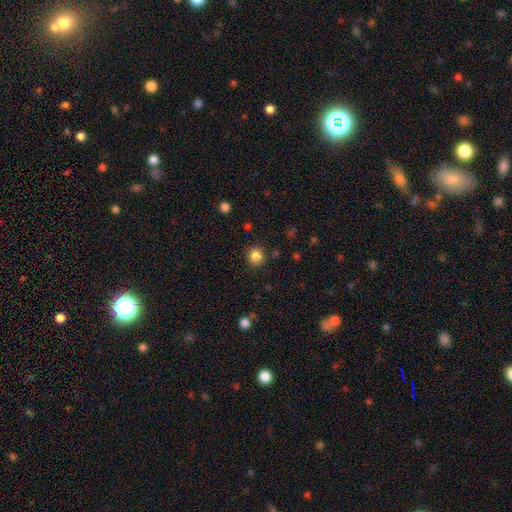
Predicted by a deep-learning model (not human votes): smooth-or-featured: smooth: 85% | star or artifact: 11% | featured or disk: 4%
  how-rounded: round: 85% | in between: 14% | cigar-shaped: 1%
  merging: none: 86% | minor disturbance: 9% | major disturbance: 3% | merger: 2%